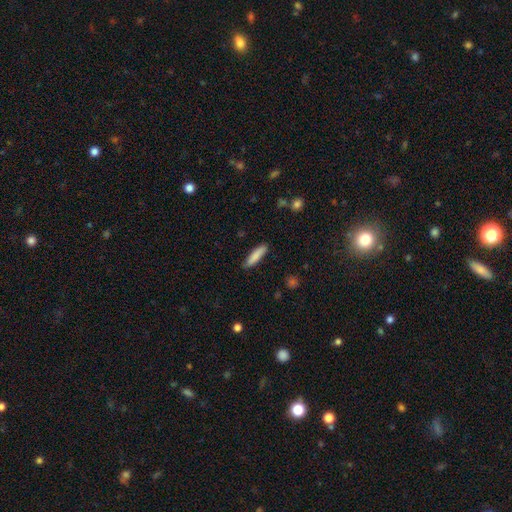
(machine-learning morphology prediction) type=smooth (85%); roundness=cigar-shaped (77%); merging=none (88%).